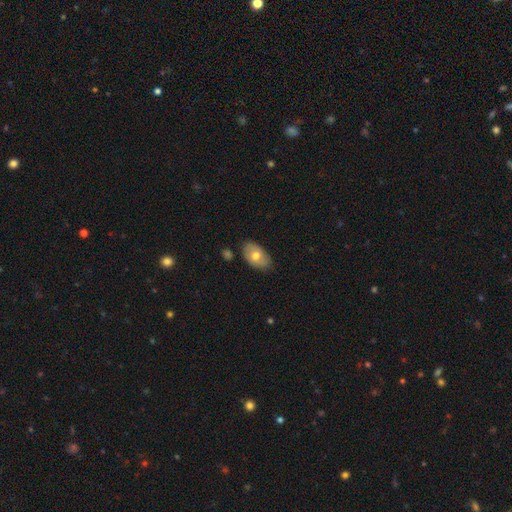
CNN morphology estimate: This is likely a smooth galaxy (65%). How rounded: clearly in between (91%). Merging: likely none (79%).